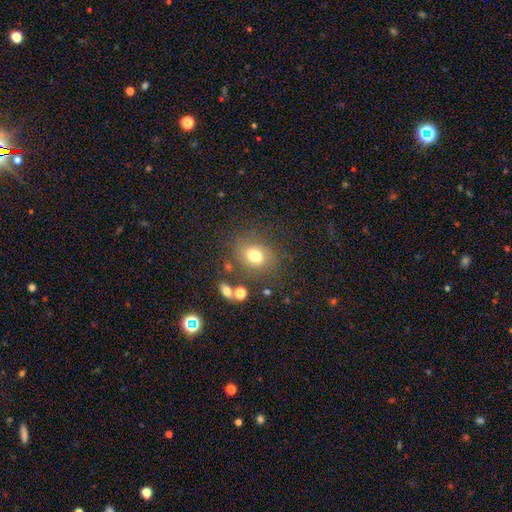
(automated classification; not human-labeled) smooth-or-featured: smooth: 74% | featured or disk: 13% | star or artifact: 13%
  how-rounded: in between: 54% | round: 45% | cigar-shaped: 1%
  merging: none: 72% | minor disturbance: 15% | major disturbance: 7% | merger: 6%